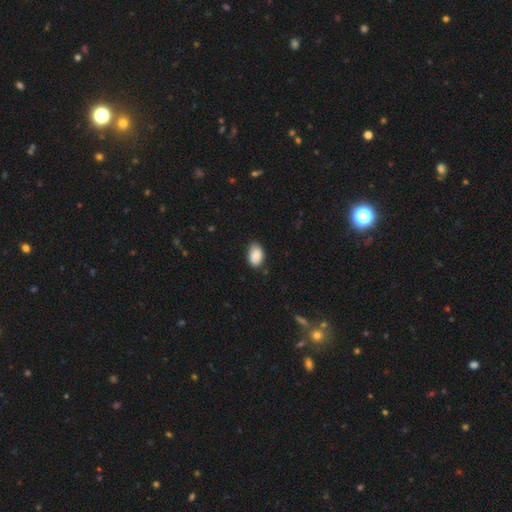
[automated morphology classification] Smooth or featured?
  - smooth: 89% *
  - star or artifact: 7%
  - featured or disk: 4%
How rounded?
  - in between: 90% *
  - round: 9%
  - cigar-shaped: 1%
Merging?
  - none: 76% *
  - minor disturbance: 20%
  - major disturbance: 3%
  - merger: 1%